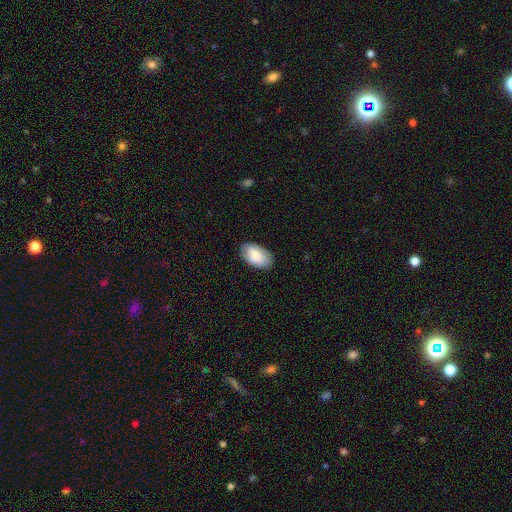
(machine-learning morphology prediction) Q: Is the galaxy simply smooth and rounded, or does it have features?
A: smooth — 85%.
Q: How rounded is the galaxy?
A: in between — 95%.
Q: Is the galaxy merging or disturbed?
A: none — 85%.